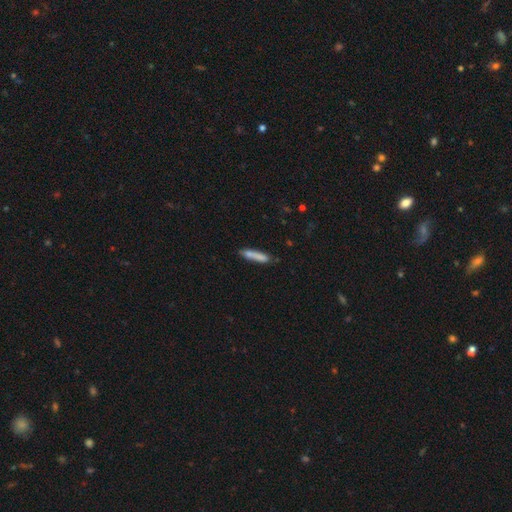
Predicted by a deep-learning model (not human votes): Smooth or featured?
  - smooth: 80% *
  - featured or disk: 13%
  - star or artifact: 7%
How rounded?
  - cigar-shaped: 89% *
  - in between: 10%
  - round: 1%
Merging?
  - none: 72% *
  - minor disturbance: 18%
  - merger: 6%
  - major disturbance: 4%